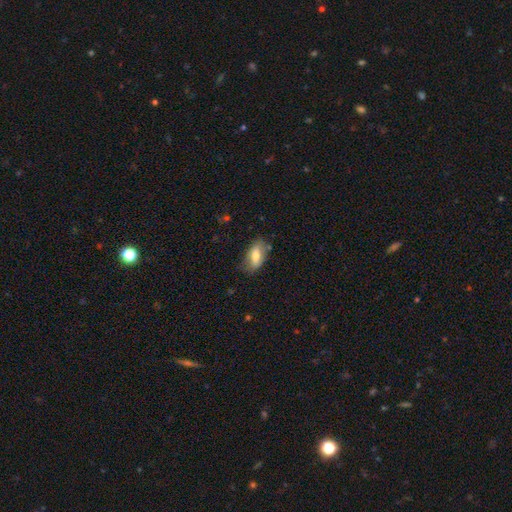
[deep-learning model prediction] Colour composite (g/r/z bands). It shows a smooth galaxy with no disk features (66%) that is in between round and cigar-shaped (88%). Merging: none (70%).